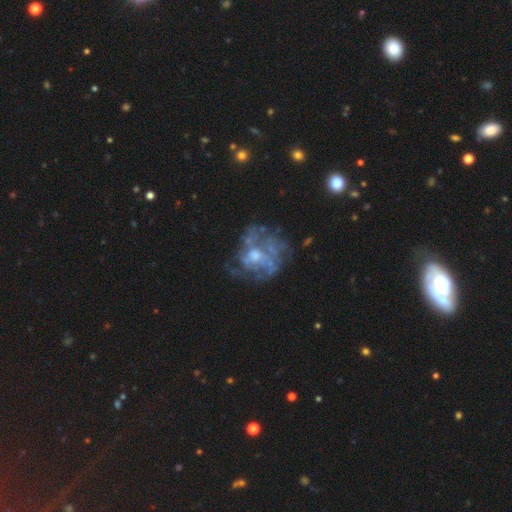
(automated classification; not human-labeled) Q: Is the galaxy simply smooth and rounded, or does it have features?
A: featured or disk — 74%.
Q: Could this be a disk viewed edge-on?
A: no — 98%.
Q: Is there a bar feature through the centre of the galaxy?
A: no — 74%.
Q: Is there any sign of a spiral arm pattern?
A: yes — 57%.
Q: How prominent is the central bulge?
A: moderate — 52%.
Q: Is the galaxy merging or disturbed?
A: none — 53%.